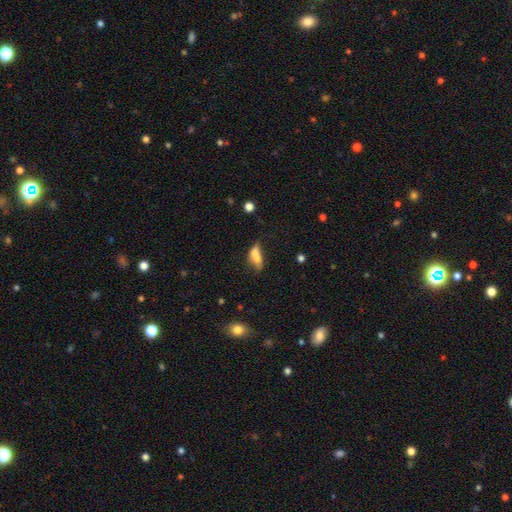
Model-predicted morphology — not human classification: smooth 65%, featured or disk 25%, star or artifact 10%. Down the decision tree: how rounded — in between (73%); merging — merger (29%, tied with none).